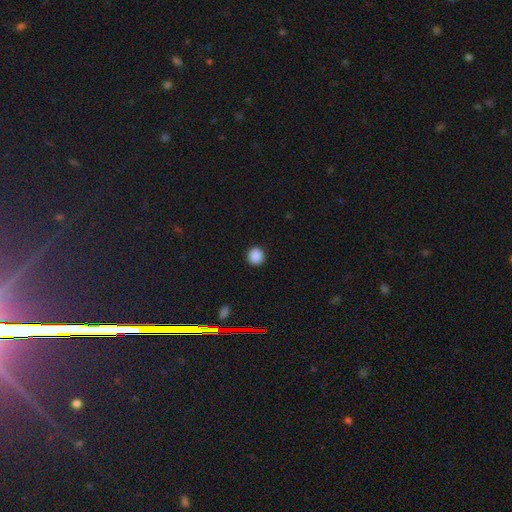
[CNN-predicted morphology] This is clearly a smooth galaxy (88%). How rounded: clearly round (89%). Merging: clearly none (92%).